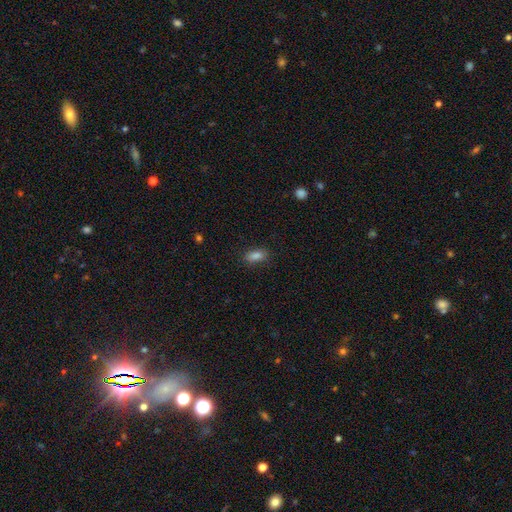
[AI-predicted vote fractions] The model was most divided on "how rounded": in between: 84%, cigar-shaped: 11%, round: 5%. More confident: merging — none (85%); smooth or featured — smooth (84%).